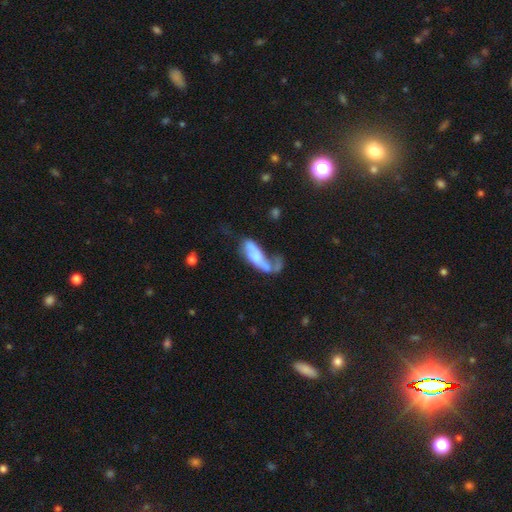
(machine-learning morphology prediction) A smooth galaxy with no disk features (52%) that is in between round and cigar-shaped (56%).

Vote fractions:
- Smooth or featured? smooth: 52% / featured or disk: 41% / star or artifact: 8%
- How rounded? in between: 56% / cigar-shaped: 42% / round: 2%
- Merging? major disturbance: 36% / merger: 26% / none: 20% / minor disturbance: 18%